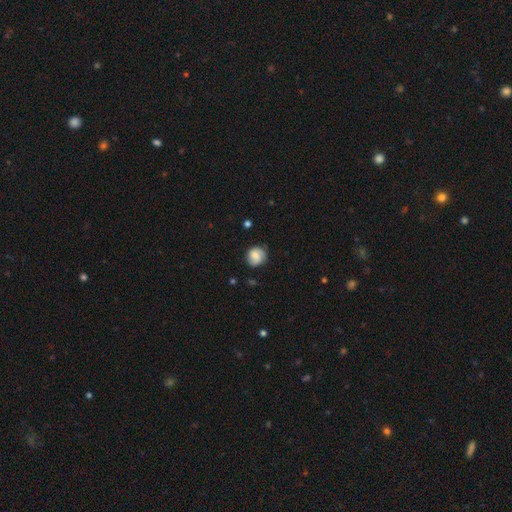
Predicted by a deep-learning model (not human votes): Smooth or featured? Predicted: smooth (p=0.67). How rounded? Predicted: round (p=0.81). Merging? Predicted: none (p=0.72).